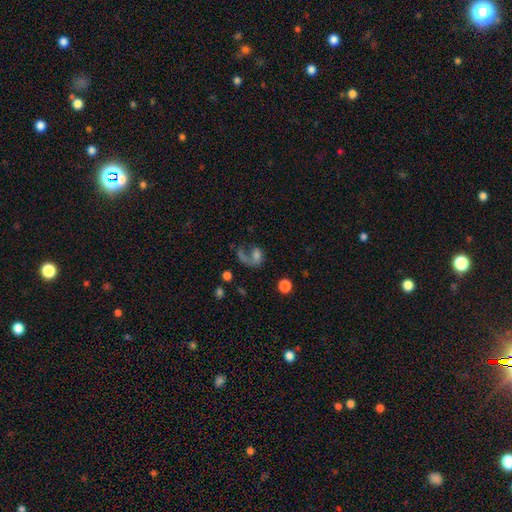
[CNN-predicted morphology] A featured or disk galaxy (42%).

Vote fractions:
- Smooth or featured? featured or disk: 42% / smooth: 41% / star or artifact: 16%
- Merging? major disturbance: 38% / none: 30% / merger: 20% / minor disturbance: 12%